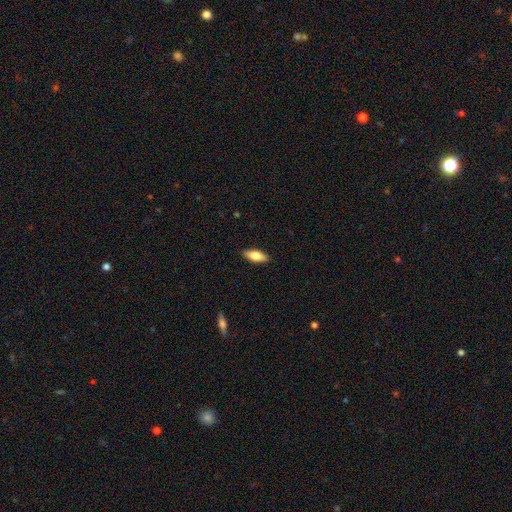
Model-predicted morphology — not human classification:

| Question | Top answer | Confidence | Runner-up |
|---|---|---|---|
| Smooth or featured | smooth | 75% | featured or disk (19%) |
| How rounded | in between | 76% | cigar-shaped (22%) |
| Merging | none | 90% | minor disturbance (8%) |